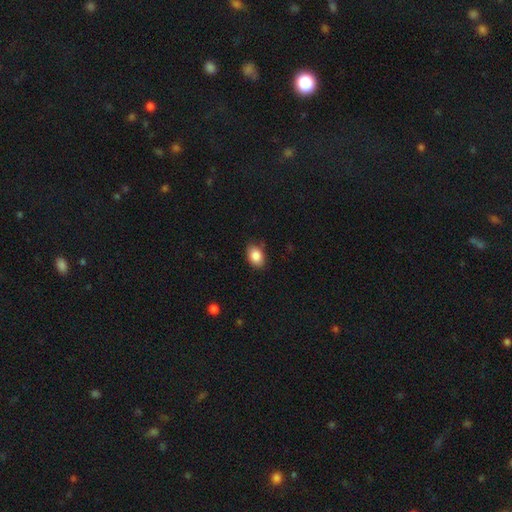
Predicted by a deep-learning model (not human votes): This appears to be a smooth galaxy with no disk features (87%) that is in between round and cigar-shaped (82%). Merging: none (81%).